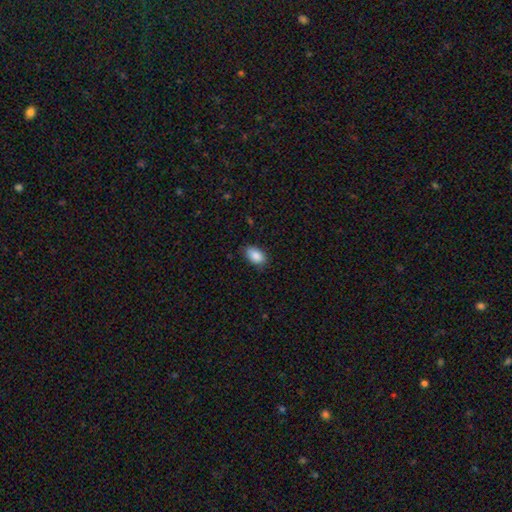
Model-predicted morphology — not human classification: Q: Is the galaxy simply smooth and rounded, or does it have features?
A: smooth — 88%.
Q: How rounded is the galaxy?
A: in between — 91%.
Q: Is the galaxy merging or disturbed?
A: none — 80%.